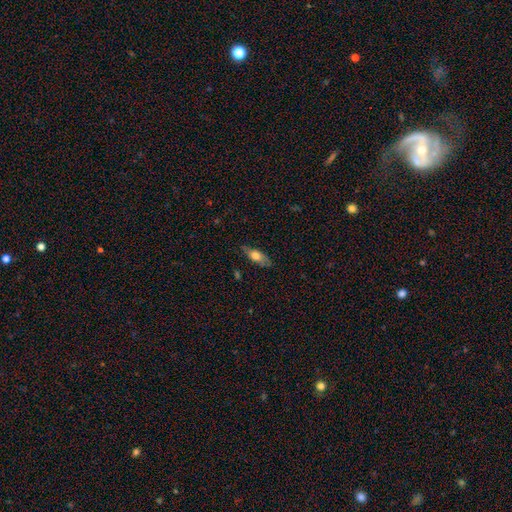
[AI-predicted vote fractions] A smooth galaxy with no disk features (67%) that is in between round and cigar-shaped (72%).

Vote fractions:
- Smooth or featured? smooth: 67% / featured or disk: 26% / star or artifact: 7%
- How rounded? in between: 72% / cigar-shaped: 25% / round: 3%
- Merging? none: 70% / minor disturbance: 24% / major disturbance: 5% / merger: 2%